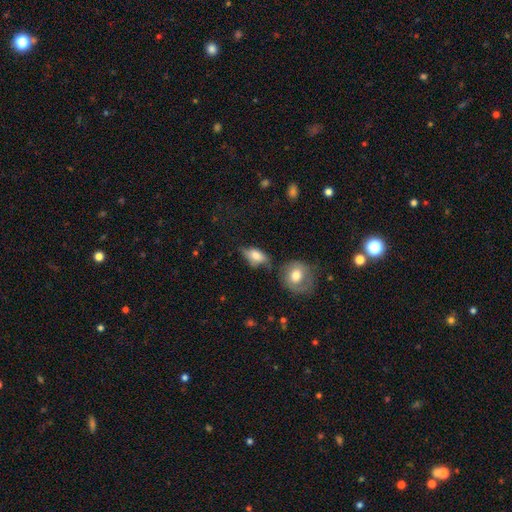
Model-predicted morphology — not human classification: This appears to be a smooth galaxy with no disk features (72%) that is in between round and cigar-shaped (83%). Merging: none (49%).